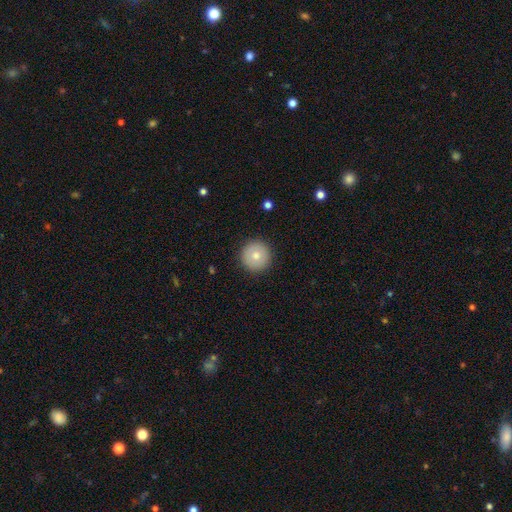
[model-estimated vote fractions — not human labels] Q: Smooth or featured?
A: smooth (79%); runner-up: featured or disk (13%)
Q: How rounded?
A: round (96%); runner-up: in between (3%)
Q: Merging?
A: none (92%); runner-up: minor disturbance (5%)